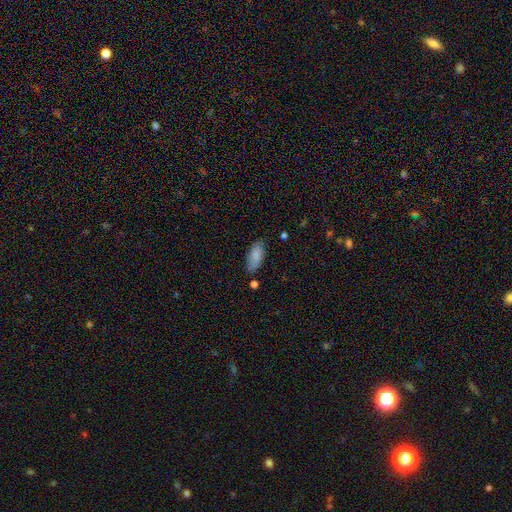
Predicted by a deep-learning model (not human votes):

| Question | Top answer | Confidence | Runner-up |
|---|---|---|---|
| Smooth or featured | smooth | 84% | featured or disk (10%) |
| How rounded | in between | 84% | cigar-shaped (14%) |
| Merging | none | 76% | minor disturbance (17%) |